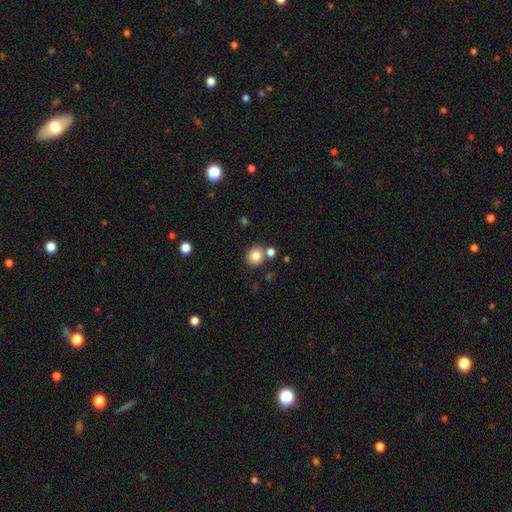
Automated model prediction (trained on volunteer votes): Smooth or featured?
  - smooth: 82% *
  - star or artifact: 11%
  - featured or disk: 7%
How rounded?
  - round: 87% *
  - in between: 12%
  - cigar-shaped: 1%
Merging?
  - none: 72% *
  - merger: 16%
  - minor disturbance: 9%
  - major disturbance: 3%